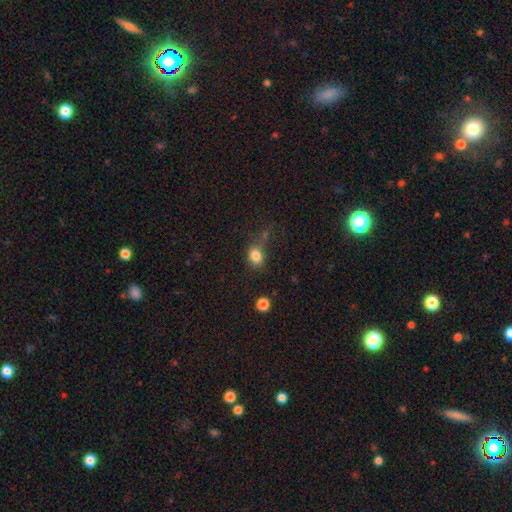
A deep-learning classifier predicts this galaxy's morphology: Smooth or featured? Predicted: smooth (p=0.83). How rounded? Predicted: in between (p=0.58). Merging? Predicted: none (p=0.59).